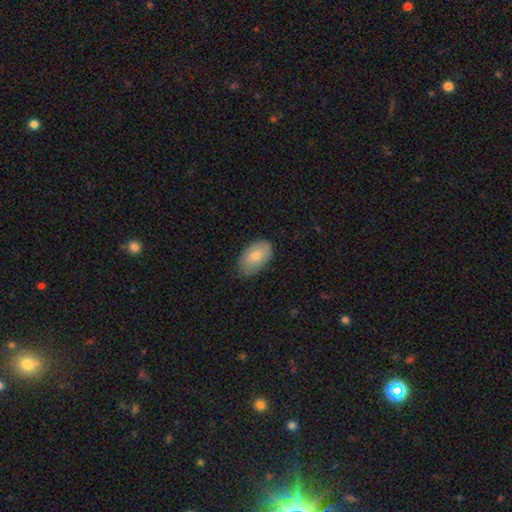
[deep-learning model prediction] smooth 75%, featured or disk 19%, star or artifact 6%. Down the decision tree: how rounded — in between (93%); merging — none (75%).